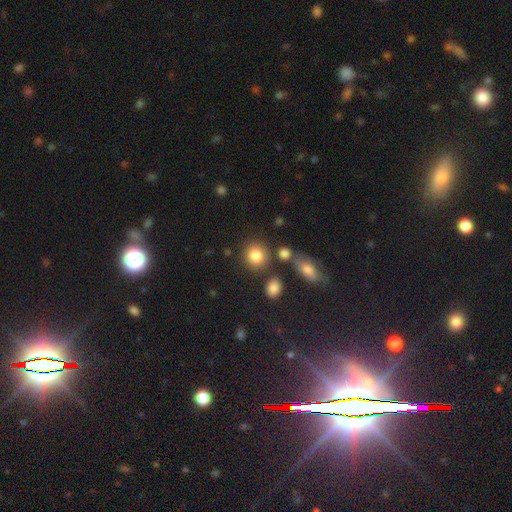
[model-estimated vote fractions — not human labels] smooth 83%, star or artifact 10%, featured or disk 7%. Down the decision tree: how rounded — round (84%); merging — none (77%).